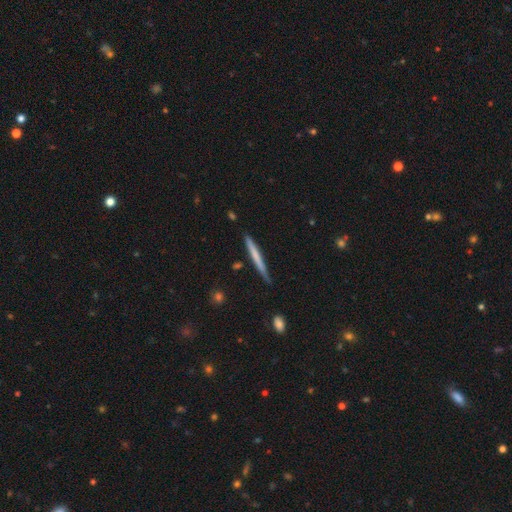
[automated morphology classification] Overall: smooth (59%; featured or disk 36%). How rounded: cigar-shaped (97%). Merging: none (83%).